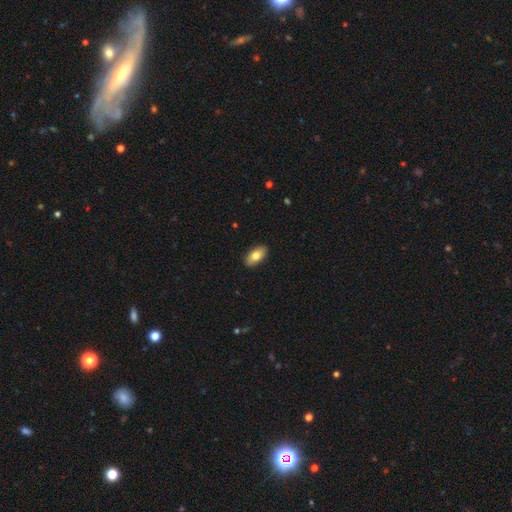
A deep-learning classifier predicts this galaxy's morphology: A smooth galaxy with no disk features (79%) that is in between round and cigar-shaped (92%). Merging: none (90%).